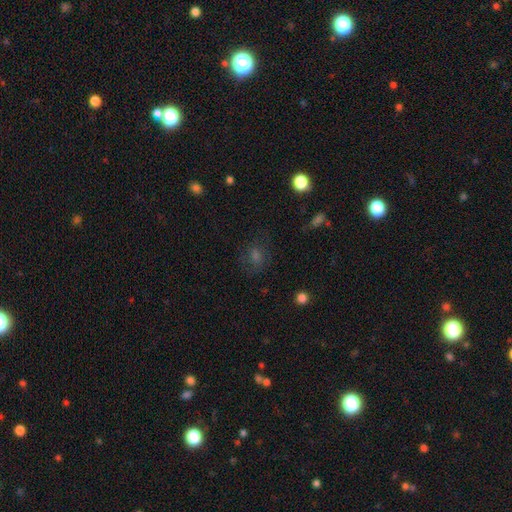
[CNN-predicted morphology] Smooth or featured?
  - smooth: 50% *
  - star or artifact: 31%
  - featured or disk: 20%
Merging?
  - none: 74% *
  - minor disturbance: 15%
  - major disturbance: 10%
  - merger: 2%